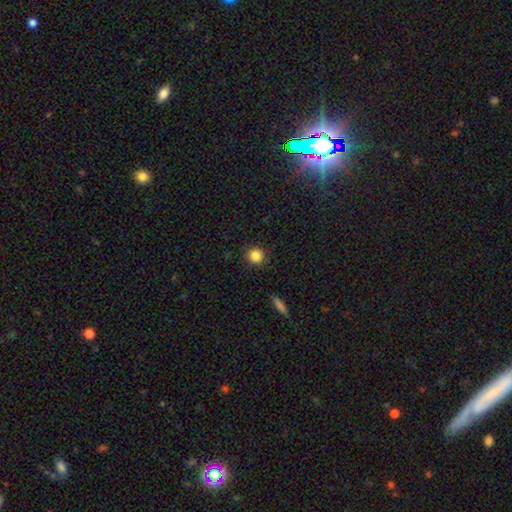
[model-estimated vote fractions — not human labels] smooth 85%, star or artifact 11%, featured or disk 4%. Down the decision tree: how rounded — round (93%); merging — none (91%).